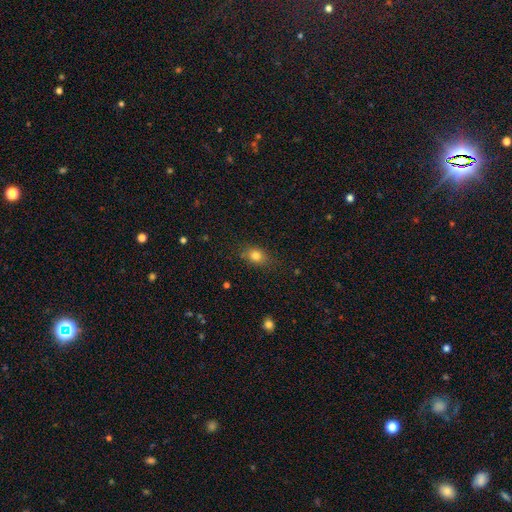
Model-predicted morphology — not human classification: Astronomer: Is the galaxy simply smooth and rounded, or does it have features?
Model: smooth — 80%.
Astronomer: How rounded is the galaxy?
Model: in between — 64%.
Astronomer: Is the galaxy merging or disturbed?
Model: none — 79%.